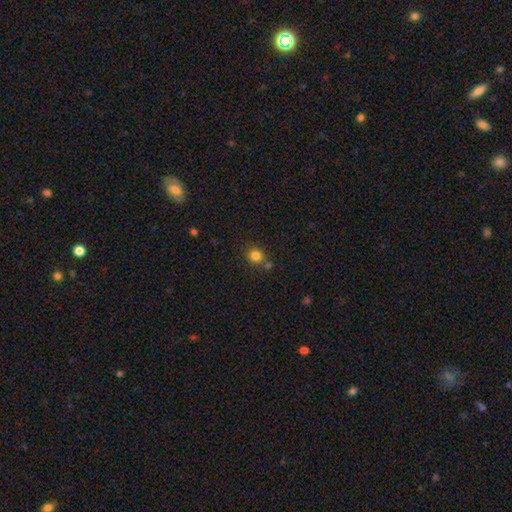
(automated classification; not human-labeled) Smooth or featured?
  - smooth: 83% *
  - star or artifact: 12%
  - featured or disk: 5%
How rounded?
  - round: 83% *
  - in between: 16%
  - cigar-shaped: 1%
Merging?
  - none: 71% *
  - merger: 15%
  - minor disturbance: 11%
  - major disturbance: 3%